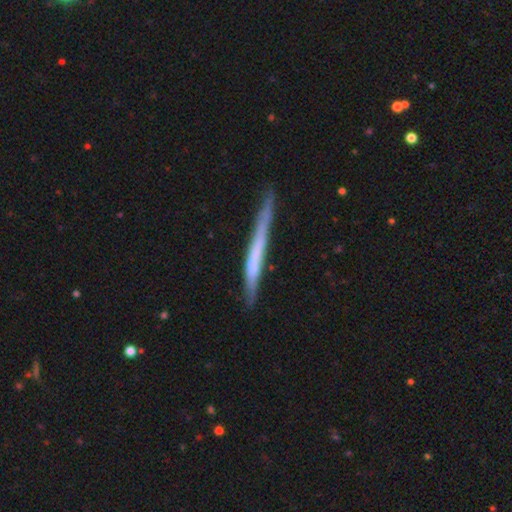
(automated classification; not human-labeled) smooth-or-featured: featured or disk: 50% | smooth: 44% | star or artifact: 6%
  disk-edge-on: yes: 95% | no: 5%
  merging: none: 78% | minor disturbance: 17% | major disturbance: 3% | merger: 2%